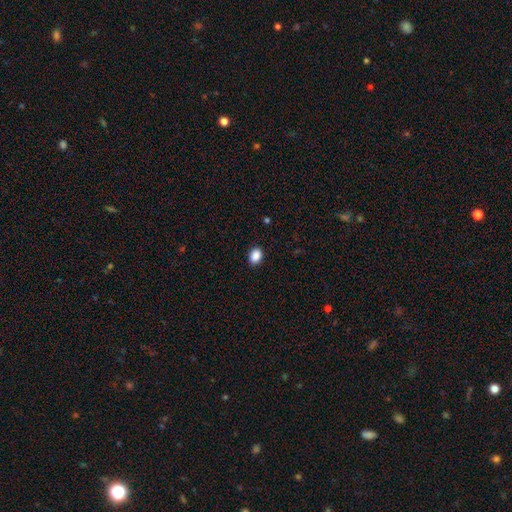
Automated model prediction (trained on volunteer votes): A smooth galaxy with no disk features (89%) that is in between round and cigar-shaped (67%). Merging: none (89%).